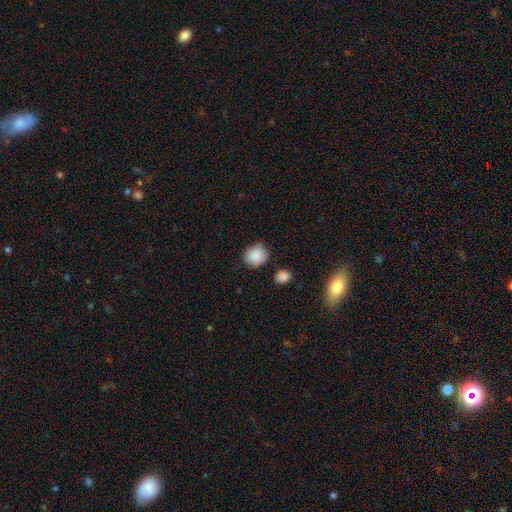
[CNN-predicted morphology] smooth_or_featured: smooth (p=0.88) [alt: star or artifact p=0.08]
how_rounded: round (p=0.80) [alt: in between p=0.19]
merging: none (p=0.79) [alt: minor disturbance p=0.14]